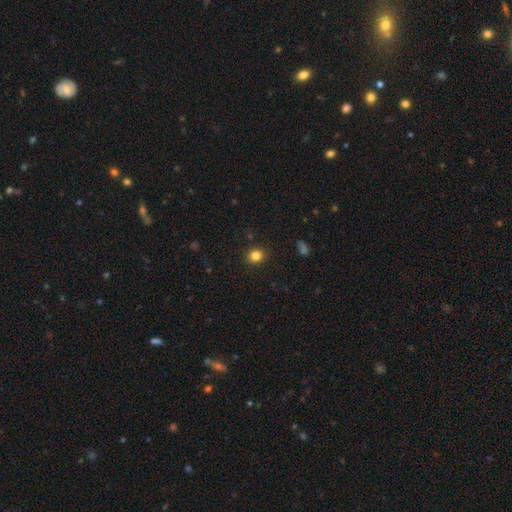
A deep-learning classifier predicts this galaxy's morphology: A smooth galaxy with no disk features (82%) that is round (77%).

Vote fractions:
- Smooth or featured? smooth: 82% / star or artifact: 12% / featured or disk: 5%
- How rounded? round: 77% / in between: 22% / cigar-shaped: 1%
- Merging? none: 89% / minor disturbance: 7% / major disturbance: 2% / merger: 1%